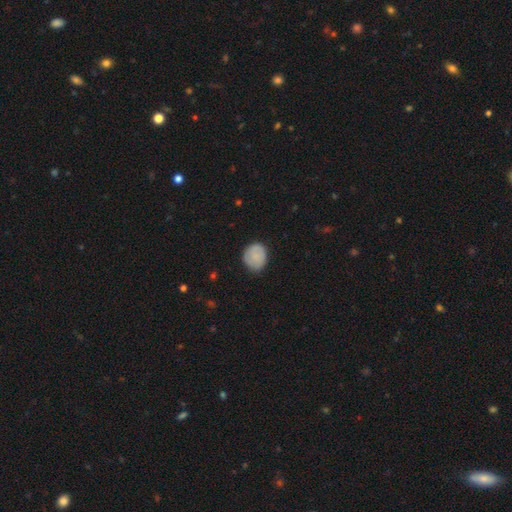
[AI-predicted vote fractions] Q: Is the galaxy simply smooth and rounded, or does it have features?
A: smooth — 83%.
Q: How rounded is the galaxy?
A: round — 69%.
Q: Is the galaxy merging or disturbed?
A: none — 76%.